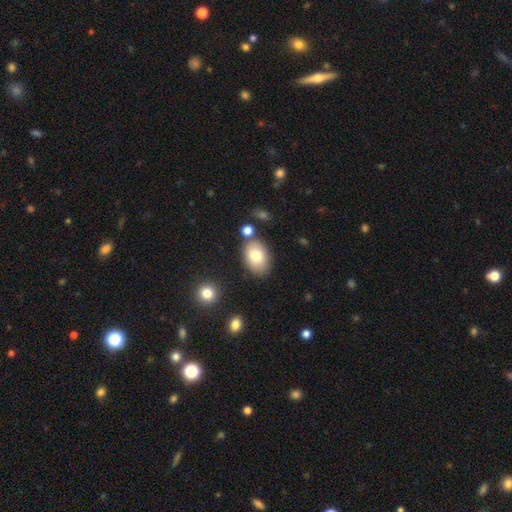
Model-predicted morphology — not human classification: type=smooth (79%); roundness=in between (85%); merging=none (76%).